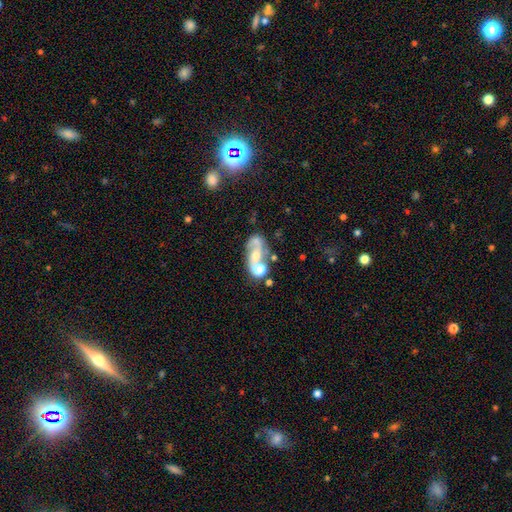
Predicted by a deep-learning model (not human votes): Morphology: type=featured or disk (63%); edge-on=no (96%); bar=no (64%); spiral arms=yes (76%); bulge=moderate (47%); merging=none (35%, tied with merger).